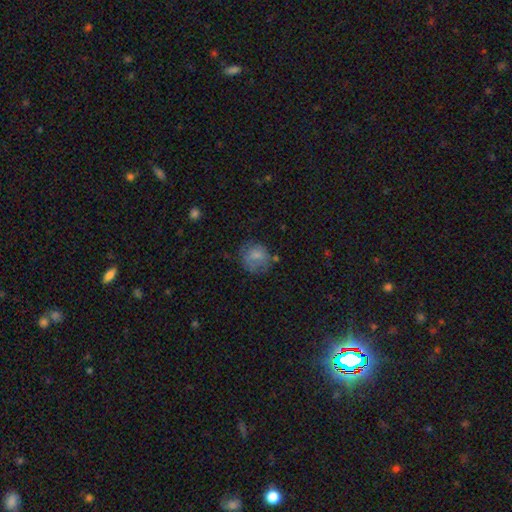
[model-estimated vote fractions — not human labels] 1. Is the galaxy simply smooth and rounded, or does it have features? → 70% smooth, 21% featured or disk, 9% star or artifact.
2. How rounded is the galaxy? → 80% round, 20% in between, 1% cigar-shaped.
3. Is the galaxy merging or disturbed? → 55% none, 26% minor disturbance, 15% major disturbance, 4% merger.